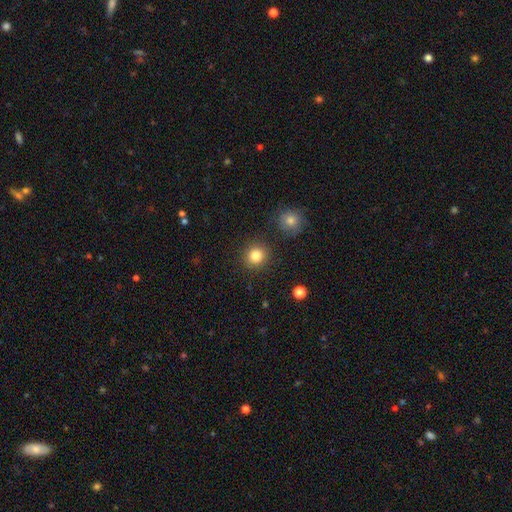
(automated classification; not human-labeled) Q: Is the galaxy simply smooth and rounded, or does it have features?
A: smooth — 84%.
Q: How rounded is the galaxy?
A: round — 88%.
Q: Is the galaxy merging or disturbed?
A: none — 88%.